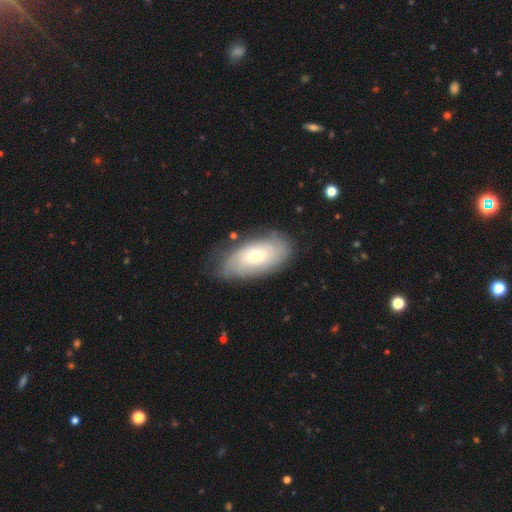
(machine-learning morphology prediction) smooth_or_featured: featured or disk (p=0.57) [alt: smooth p=0.37]
disk_edge_on: no (p=0.91) [alt: yes p=0.09]
bar: no (p=0.73) [alt: weak p=0.23]
has_spiral_arms: yes (p=0.78) [alt: no p=0.22]
bulge_size: small (p=0.51) [alt: moderate p=0.43]
merging: none (p=0.74) [alt: minor disturbance p=0.19]